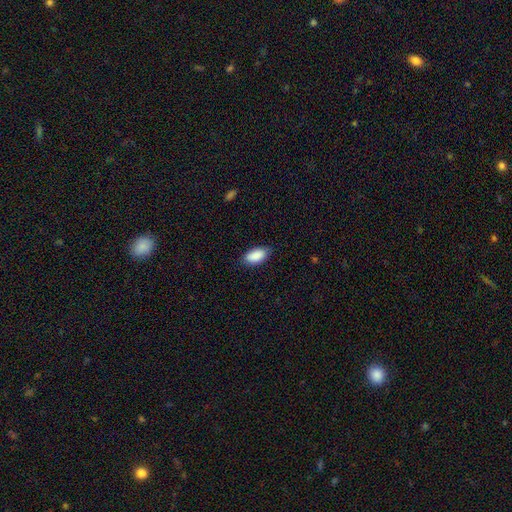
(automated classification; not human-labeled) smooth-or-featured: smooth: 90% | star or artifact: 6% | featured or disk: 4%
  how-rounded: in between: 92% | cigar-shaped: 5% | round: 3%
  merging: none: 82% | minor disturbance: 15% | major disturbance: 3% | merger: 1%